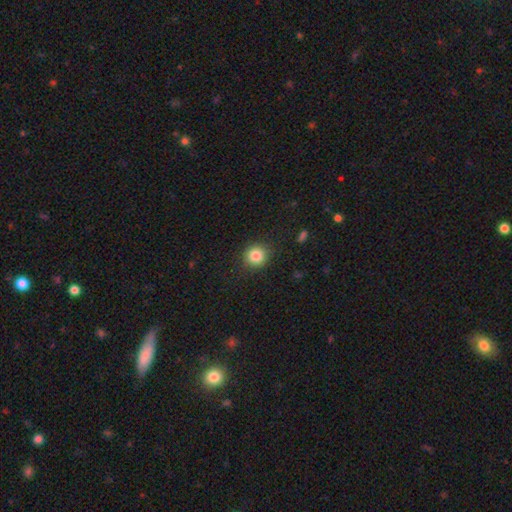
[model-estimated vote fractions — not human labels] A smooth galaxy with no disk features (84%) that is round (89%).

Vote fractions:
- Smooth or featured? smooth: 84% / star or artifact: 11% / featured or disk: 6%
- How rounded? round: 89% / in between: 10% / cigar-shaped: 1%
- Merging? none: 88% / minor disturbance: 8% / major disturbance: 3% / merger: 1%